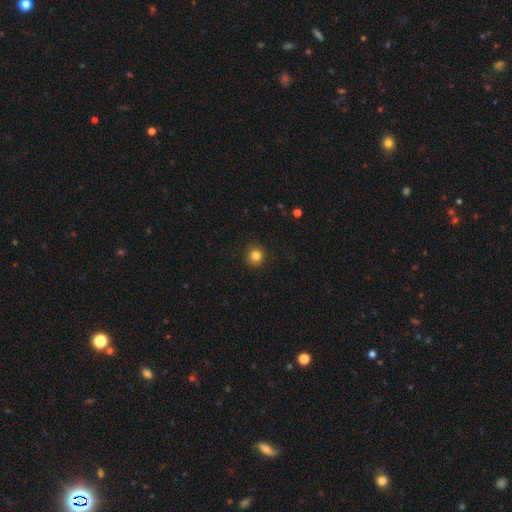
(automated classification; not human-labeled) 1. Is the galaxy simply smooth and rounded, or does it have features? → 83% smooth, 12% star or artifact, 5% featured or disk.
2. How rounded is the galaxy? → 93% round, 6% in between, 1% cigar-shaped.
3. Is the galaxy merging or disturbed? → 92% none, 5% minor disturbance, 2% major disturbance, 1% merger.